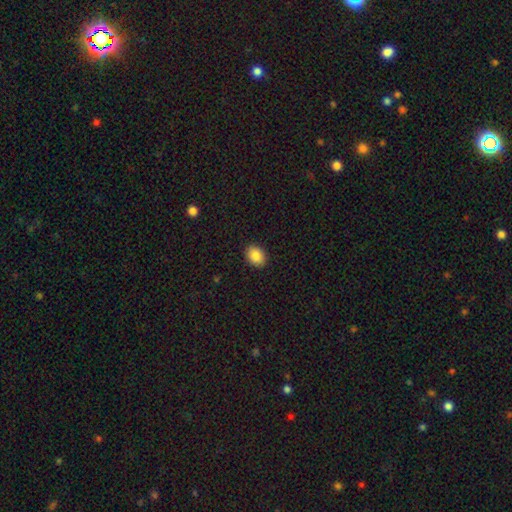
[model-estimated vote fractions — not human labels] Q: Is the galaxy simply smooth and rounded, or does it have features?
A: smooth — 87%.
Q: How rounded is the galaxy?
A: in between — 64%.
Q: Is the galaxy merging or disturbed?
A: none — 90%.